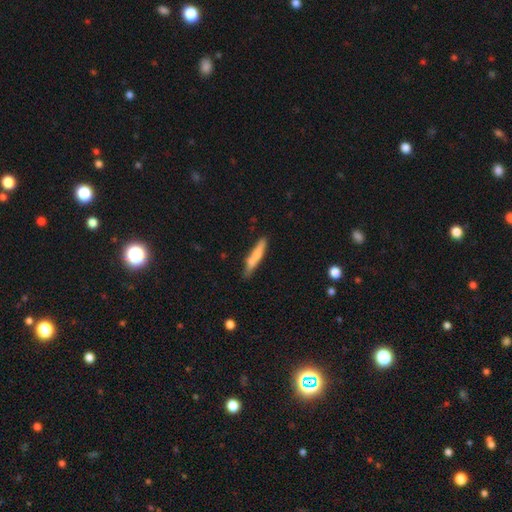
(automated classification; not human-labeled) Smooth or featured? Predicted: smooth (p=0.62). How rounded? Predicted: cigar-shaped (p=0.90). Merging? Predicted: none (p=0.69).